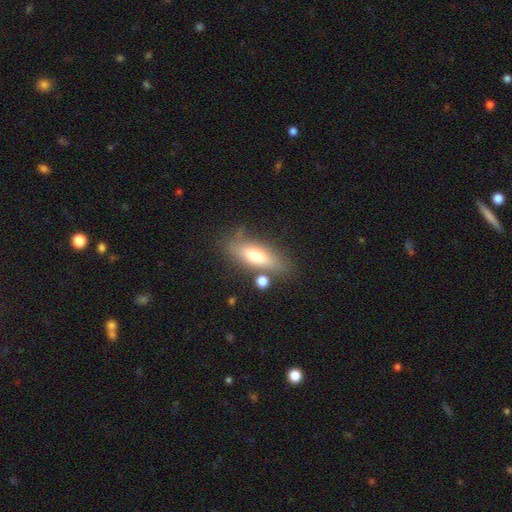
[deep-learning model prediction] smooth 64%, featured or disk 28%, star or artifact 8%. Down the decision tree: how rounded — in between (57%); merging — none (70%).